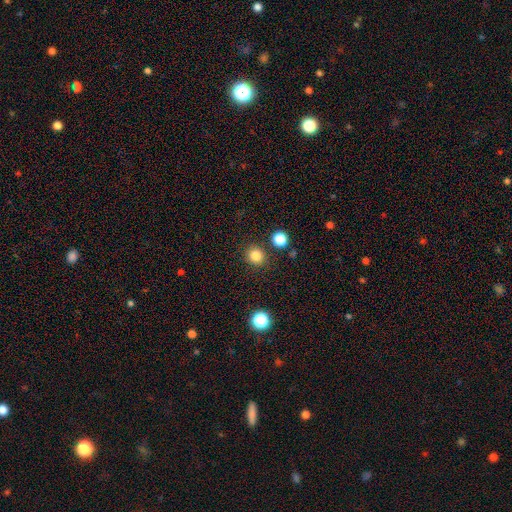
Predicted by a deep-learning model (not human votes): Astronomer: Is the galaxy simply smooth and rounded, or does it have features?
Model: smooth — 83%.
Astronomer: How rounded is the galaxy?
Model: round — 83%.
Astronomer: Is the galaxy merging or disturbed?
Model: none — 87%.